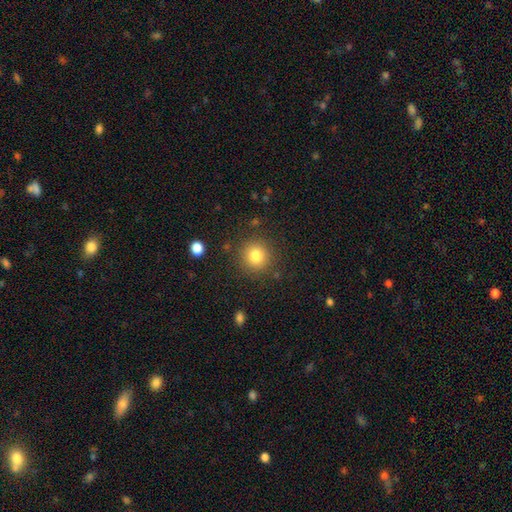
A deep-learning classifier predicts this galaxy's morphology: smooth-or-featured: smooth: 81% | star or artifact: 12% | featured or disk: 7%
  how-rounded: round: 93% | in between: 6% | cigar-shaped: 1%
  merging: none: 88% | minor disturbance: 7% | major disturbance: 3% | merger: 2%